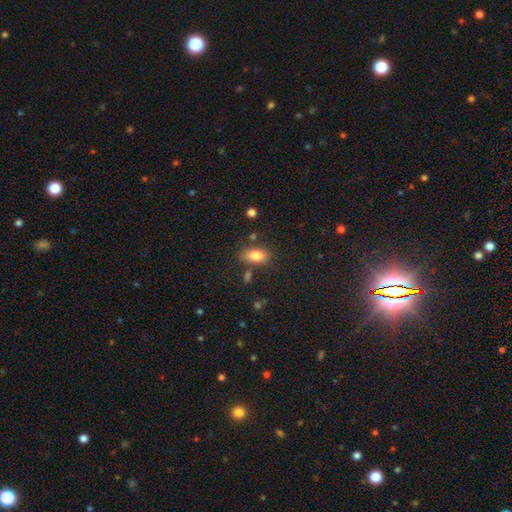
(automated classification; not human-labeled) Smooth or featured? Predicted: smooth (p=0.80). How rounded? Predicted: in between (p=0.87). Merging? Predicted: none (p=0.74).